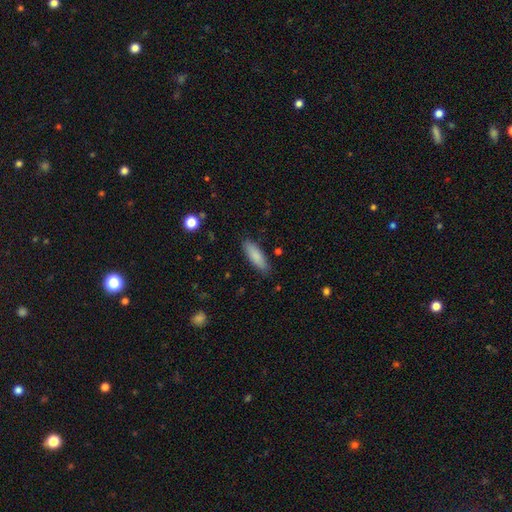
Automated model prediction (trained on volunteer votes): Smooth or featured? smooth (85%)
How rounded? in between (50%)
Merging? none (86%)